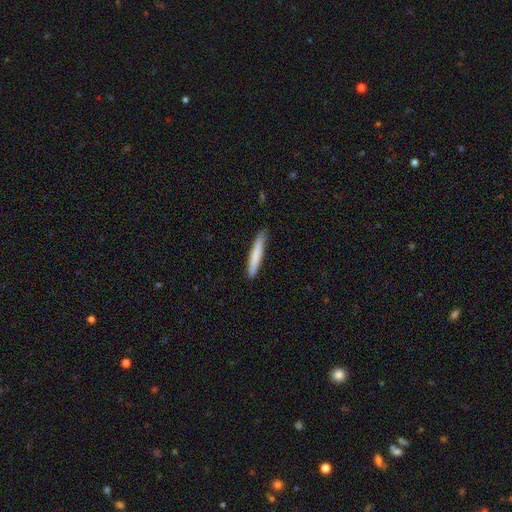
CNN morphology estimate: type=smooth (76%); roundness=cigar-shaped (95%); merging=none (88%).